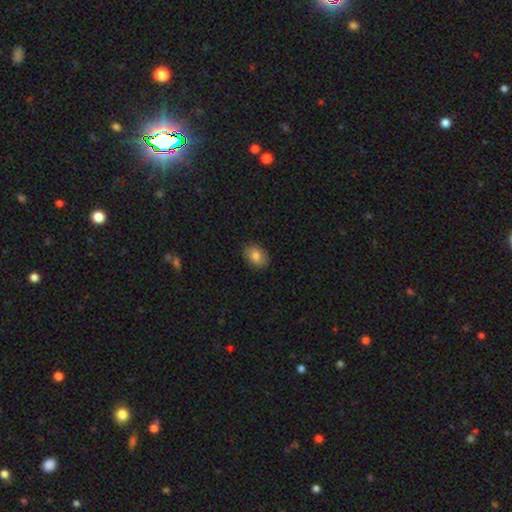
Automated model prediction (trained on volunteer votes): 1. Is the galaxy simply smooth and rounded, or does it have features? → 81% smooth, 11% featured or disk, 8% star or artifact.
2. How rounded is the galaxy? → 74% in between, 25% round, 1% cigar-shaped.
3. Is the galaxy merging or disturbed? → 87% none, 10% minor disturbance, 2% major disturbance, 1% merger.